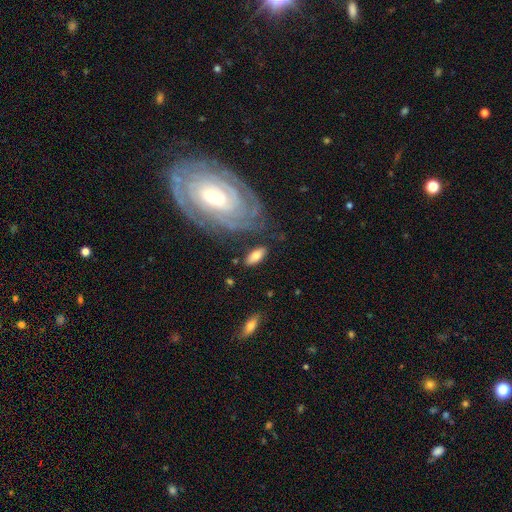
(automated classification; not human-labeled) A smooth galaxy with no disk features (70%) that is in between round and cigar-shaped (82%). Merging: none (76%).